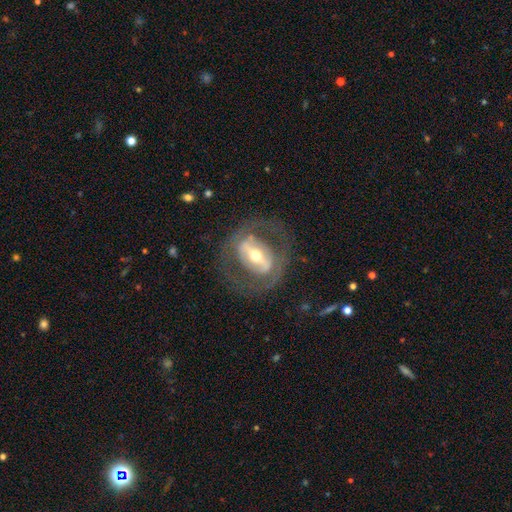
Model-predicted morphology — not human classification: This is likely a featured or disk galaxy (78%). It is clearly not viewed edge-on (91%). Bar: possibly strong (58%). Spiral arm pattern: possibly no (53%). Central bulge: likely moderate (61%). Merging: likely none (70%).